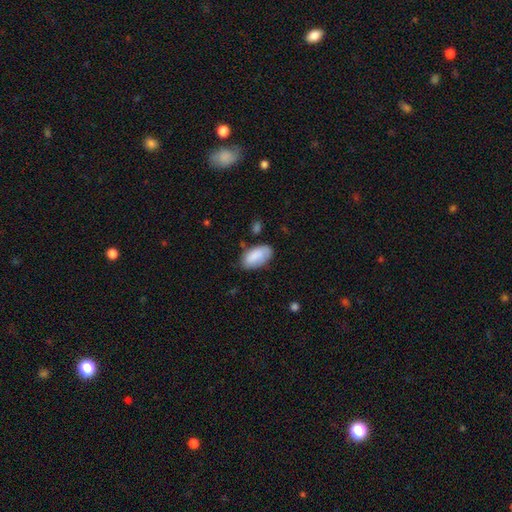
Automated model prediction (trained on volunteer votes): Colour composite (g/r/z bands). It shows a smooth galaxy with no disk features (84%) that is in between round and cigar-shaped (95%). Merging: none (70%).